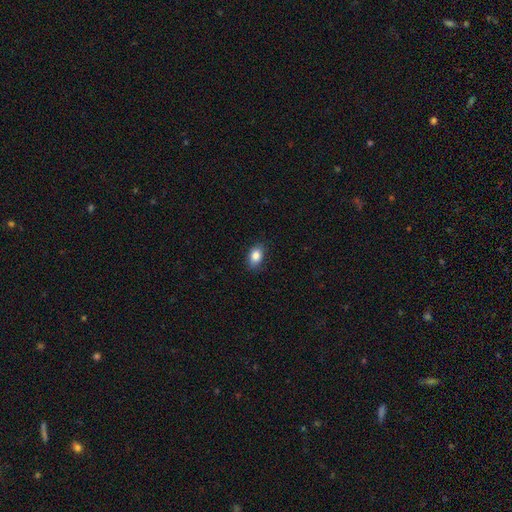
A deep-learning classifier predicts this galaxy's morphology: Smooth or featured? smooth (85%)
How rounded? in between (83%)
Merging? none (84%)